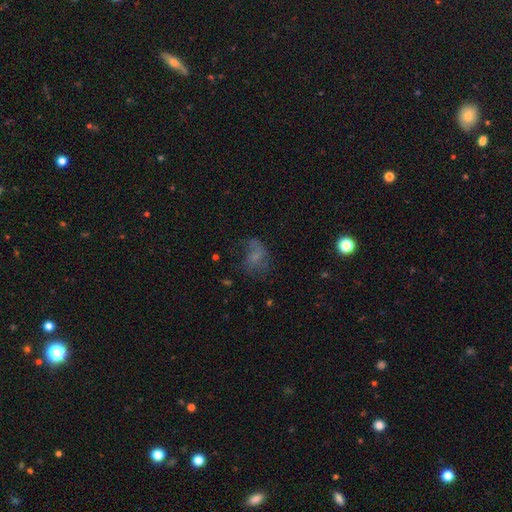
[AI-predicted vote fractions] This is possibly a smooth galaxy (49%). Merging: marginally none (41%).